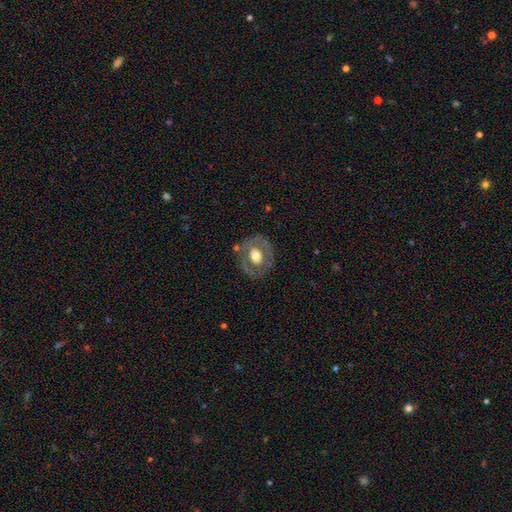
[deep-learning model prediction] Morphology: type=featured or disk (52%); edge-on=no (94%); merging=none (75%).